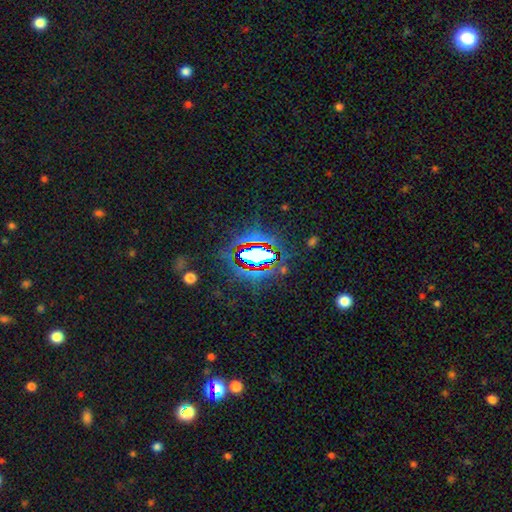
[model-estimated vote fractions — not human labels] star or artifact 69%, smooth 18%, featured or disk 13%.